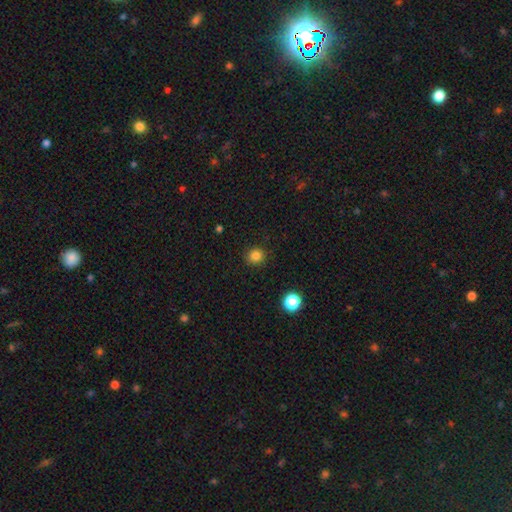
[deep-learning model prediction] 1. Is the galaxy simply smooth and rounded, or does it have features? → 83% smooth, 13% star or artifact, 4% featured or disk.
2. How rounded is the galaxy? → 88% round, 11% in between, 1% cigar-shaped.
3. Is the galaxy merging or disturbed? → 90% none, 7% minor disturbance, 2% major disturbance, 1% merger.